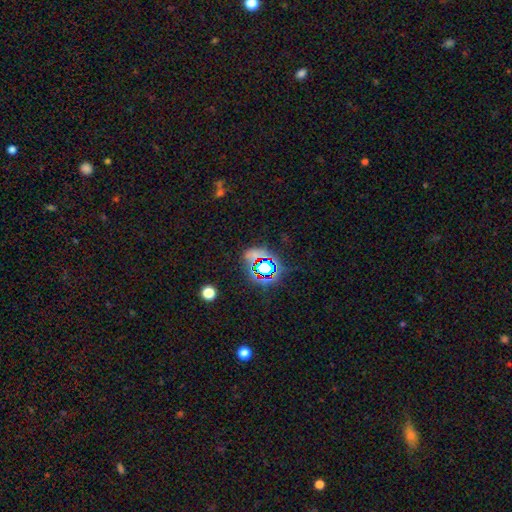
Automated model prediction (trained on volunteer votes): Q: Smooth or featured?
A: star or artifact (58%); runner-up: smooth (29%)